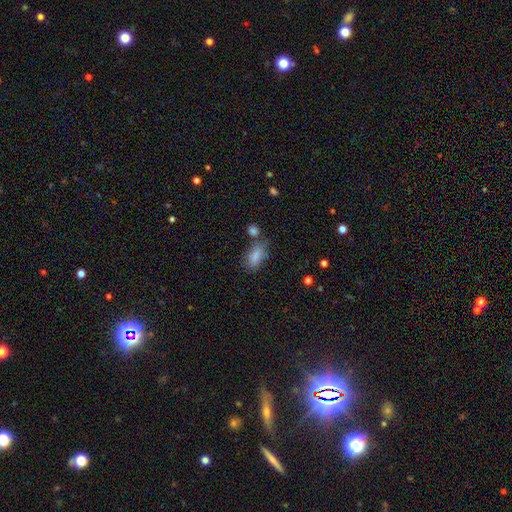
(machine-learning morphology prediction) A smooth galaxy with no disk features (82%) that is in between round and cigar-shaped (88%).

Vote fractions:
- Smooth or featured? smooth: 82% / featured or disk: 9% / star or artifact: 8%
- How rounded? in between: 88% / cigar-shaped: 7% / round: 5%
- Merging? none: 62% / minor disturbance: 19% / merger: 13% / major disturbance: 6%